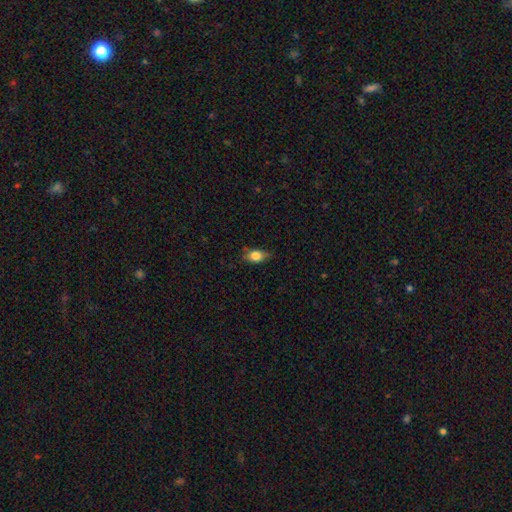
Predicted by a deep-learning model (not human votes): A smooth galaxy with no disk features (80%) that is in between round and cigar-shaped (78%). Merging: none (71%).